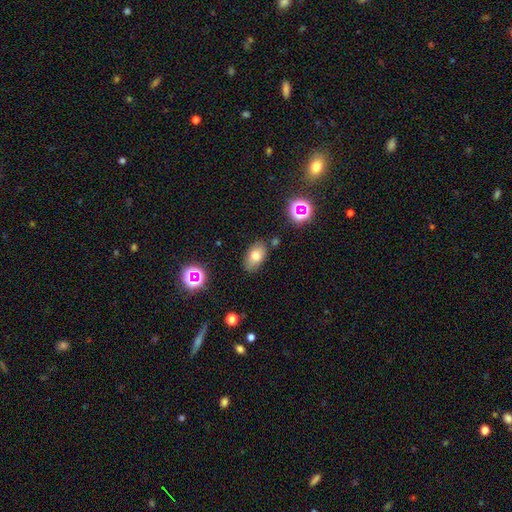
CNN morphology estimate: This appears to be a smooth galaxy with no disk features (75%) that is in between round and cigar-shaped (89%). Merging: none (80%).